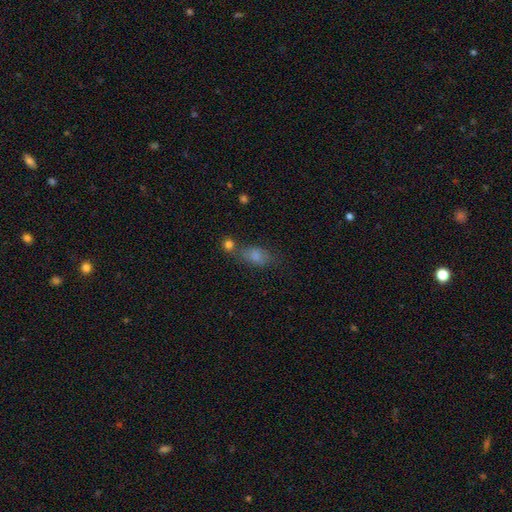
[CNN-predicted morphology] type=smooth (77%); roundness=in between (80%); merging=none (49%).